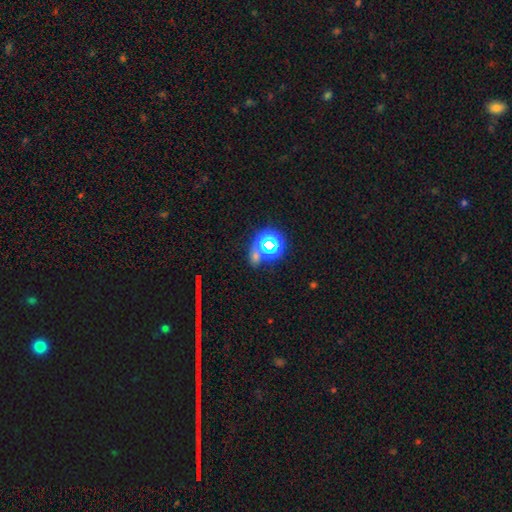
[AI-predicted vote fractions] Smooth or featured? star or artifact (53%)